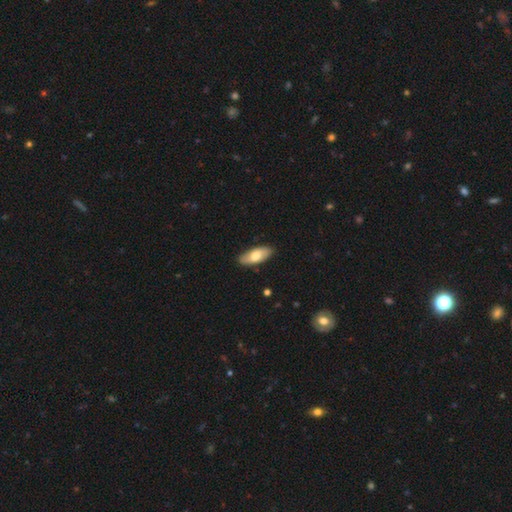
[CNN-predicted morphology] Overall: smooth (71%). How rounded: in between (83%). Merging: none (86%).